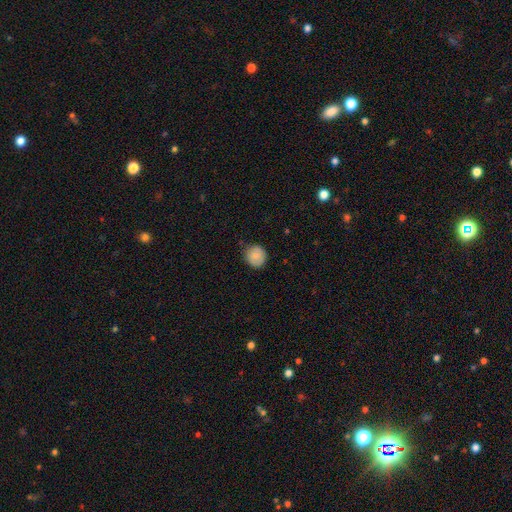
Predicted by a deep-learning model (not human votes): smooth_or_featured: smooth (p=0.83) [alt: featured or disk p=0.09]
how_rounded: round (p=0.89) [alt: in between p=0.10]
merging: none (p=0.83) [alt: minor disturbance p=0.13]